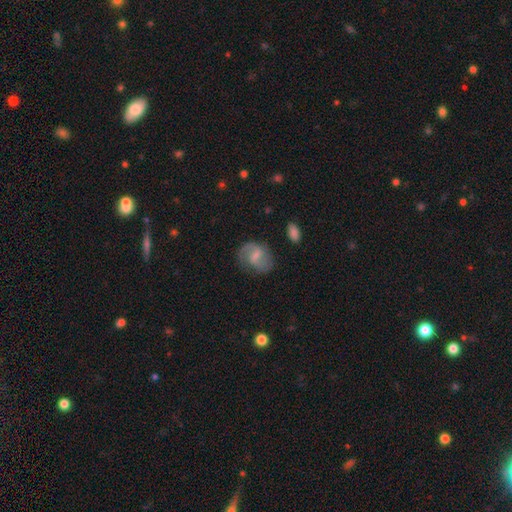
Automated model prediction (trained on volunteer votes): smooth-or-featured: featured or disk: 66% | smooth: 28% | star or artifact: 7%
  disk-edge-on: no: 97% | yes: 3%
    bar: weak: 59% | strong: 20% | no: 20%
    has-spiral-arms: yes: 88% | no: 12%
      spiral-winding: medium: 46% | loose: 41% | tight: 14%
      spiral-arm-count: 2: 81% | 1: 9% | can't tell: 7% | 3: 1% | 4: 1% | more than 4: 1%
    bulge-size: small: 48% | moderate: 29% | none: 20% | large: 3% | dominant: 1%
  merging: none: 67% | minor disturbance: 20% | major disturbance: 10% | merger: 3%